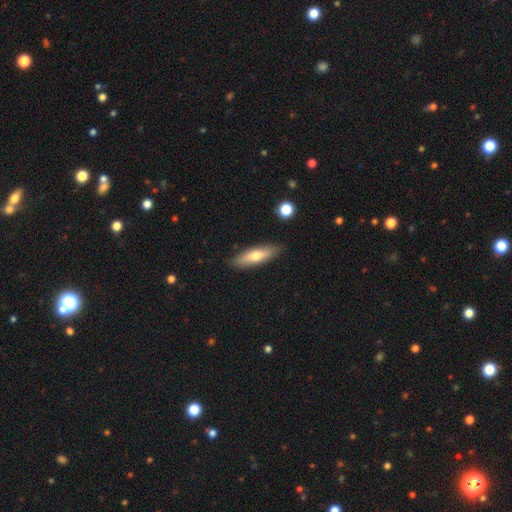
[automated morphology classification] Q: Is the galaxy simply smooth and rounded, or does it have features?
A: smooth — 68%.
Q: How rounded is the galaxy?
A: cigar-shaped — 57%.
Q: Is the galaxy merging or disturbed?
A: none — 86%.